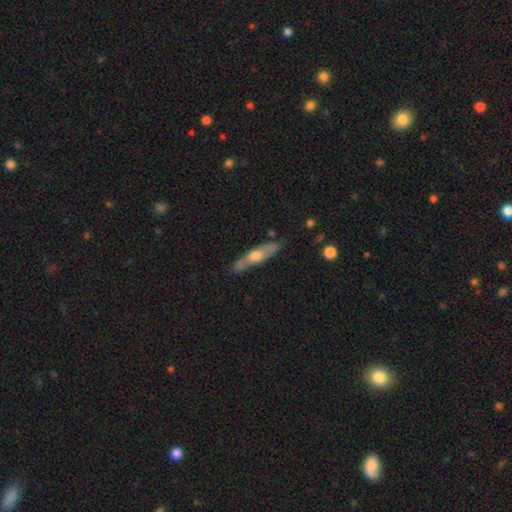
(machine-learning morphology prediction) A featured or disk galaxy (59%) viewed edge-on (76%).

Vote fractions:
- Smooth or featured? featured or disk: 59% / smooth: 35% / star or artifact: 6%
- Edge-on disk? yes: 76% / no: 24%
- Merging? none: 84% / minor disturbance: 12% / major disturbance: 2% / merger: 2%